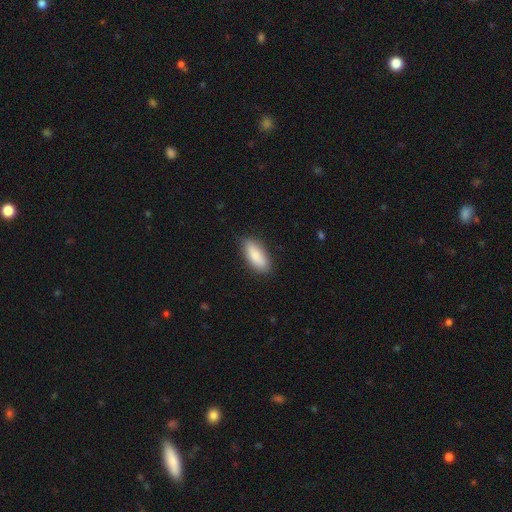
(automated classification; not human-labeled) This is clearly a smooth galaxy (86%). How rounded: likely in between (79%). Merging: clearly none (84%).